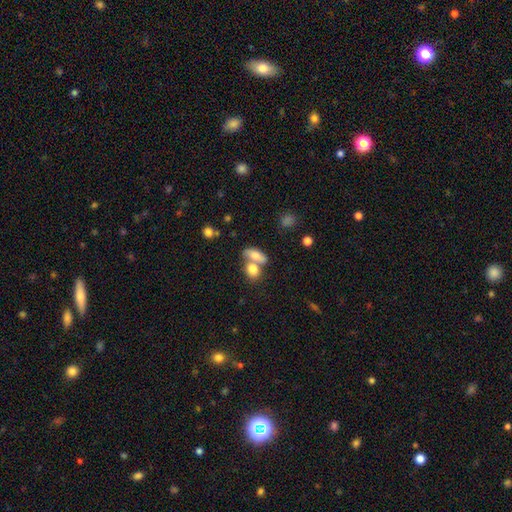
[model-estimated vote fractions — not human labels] Smooth or featured: smooth — 74% (featured or disk — 17%)
How rounded: in between — 73% (cigar-shaped — 14%)
Merging: merger — 53% (none — 33%)